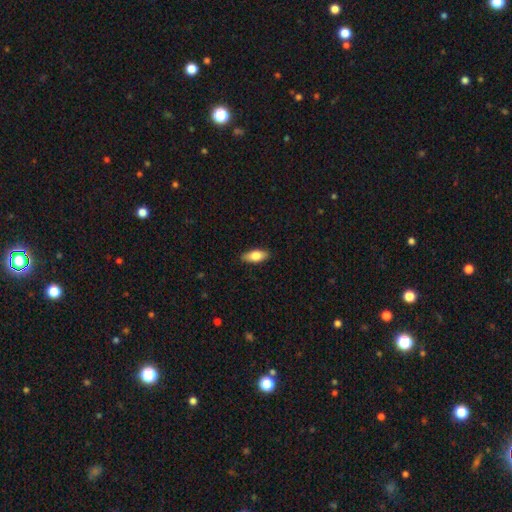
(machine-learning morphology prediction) Smooth or featured: smooth — 78% (featured or disk — 16%)
How rounded: in between — 83% (cigar-shaped — 14%)
Merging: none — 88% (minor disturbance — 10%)